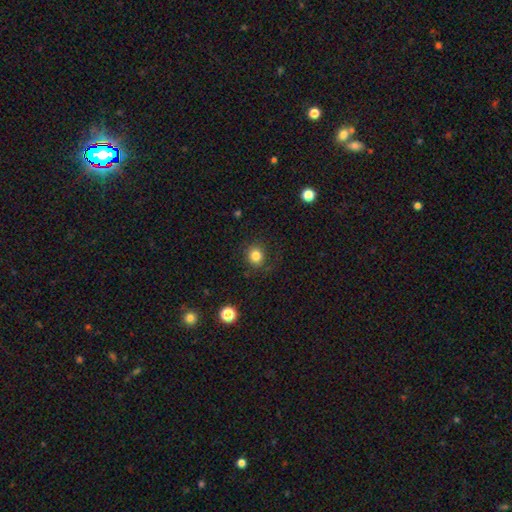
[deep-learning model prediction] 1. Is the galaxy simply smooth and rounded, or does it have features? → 82% smooth, 12% star or artifact, 6% featured or disk.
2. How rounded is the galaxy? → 82% round, 17% in between, 1% cigar-shaped.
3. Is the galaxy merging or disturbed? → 84% none, 10% minor disturbance, 4% major disturbance, 1% merger.